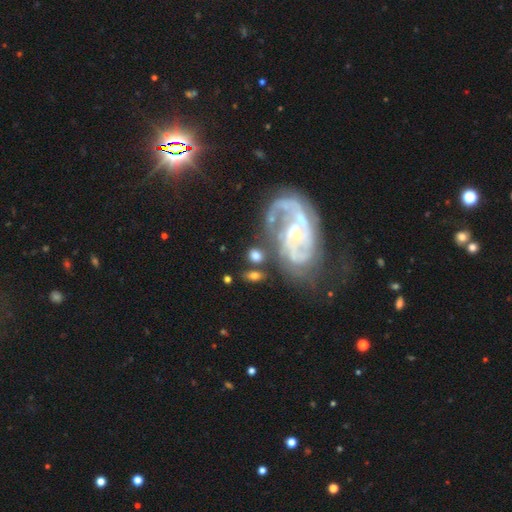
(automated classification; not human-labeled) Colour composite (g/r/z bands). It shows a smooth galaxy with no disk features (49%). Merging: none (57%).